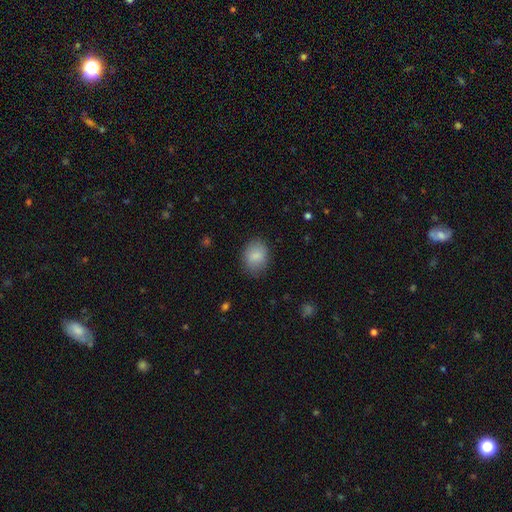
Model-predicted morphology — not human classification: smooth_or_featured: smooth (p=0.84) [alt: featured or disk p=0.09]
how_rounded: in between (p=0.57) [alt: round p=0.42]
merging: none (p=0.81) [alt: minor disturbance p=0.14]